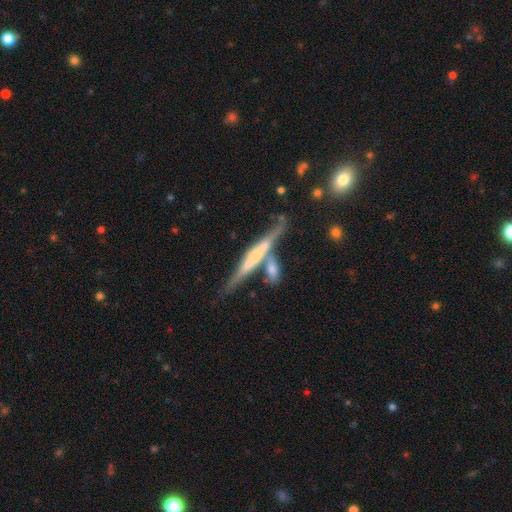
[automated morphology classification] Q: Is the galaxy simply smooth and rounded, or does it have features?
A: featured or disk — 63%.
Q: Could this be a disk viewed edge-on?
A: yes — 93%.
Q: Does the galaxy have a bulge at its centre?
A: none — 41%.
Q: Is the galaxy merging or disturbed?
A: none — 54%.